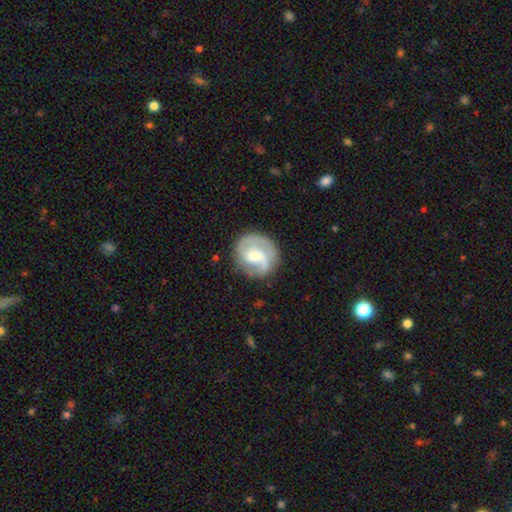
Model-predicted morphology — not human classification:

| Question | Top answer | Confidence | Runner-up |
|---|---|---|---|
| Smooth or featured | featured or disk | 77% | smooth (17%) |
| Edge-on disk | no | 98% | yes (2%) |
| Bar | weak | 51% | no (34%) |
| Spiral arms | yes | 93% | no (7%) |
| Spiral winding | medium | 47% | tight (31%) |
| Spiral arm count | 2 | 74% | 1 (12%) |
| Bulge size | moderate | 41% | small (40%) |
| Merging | none | 75% | minor disturbance (16%) |